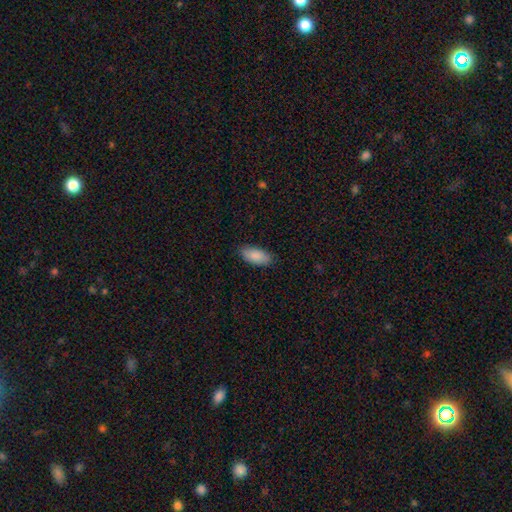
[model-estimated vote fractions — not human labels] Morphology: type=smooth (89%); roundness=in between (90%); merging=none (85%).